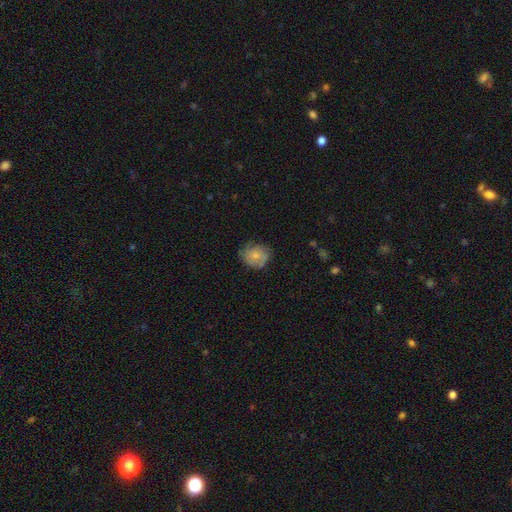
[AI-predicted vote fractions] A smooth galaxy with no disk features (66%) that is round (72%).

Vote fractions:
- Smooth or featured? smooth: 66% / featured or disk: 26% / star or artifact: 8%
- How rounded? round: 72% / in between: 27% / cigar-shaped: 1%
- Merging? none: 66% / minor disturbance: 25% / major disturbance: 7% / merger: 2%